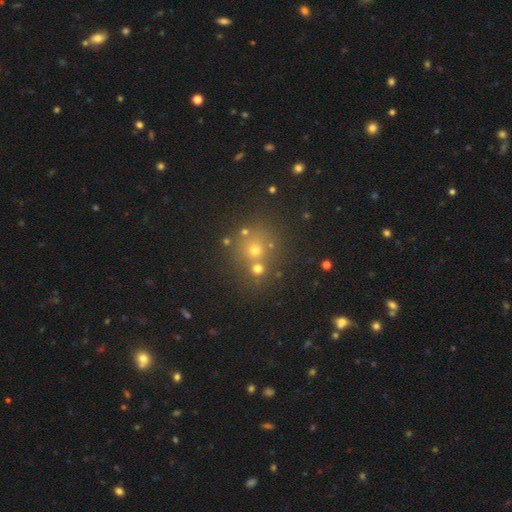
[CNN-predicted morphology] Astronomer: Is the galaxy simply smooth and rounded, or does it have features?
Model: smooth — 49% (runner-up: star or artifact, 39%).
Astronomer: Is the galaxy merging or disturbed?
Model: none — 62%.